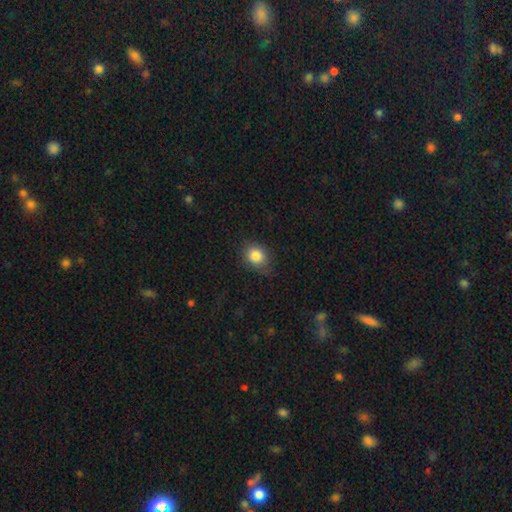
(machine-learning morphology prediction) This appears to be a smooth galaxy with no disk features (84%) that is round (56%). Merging: none (72%).